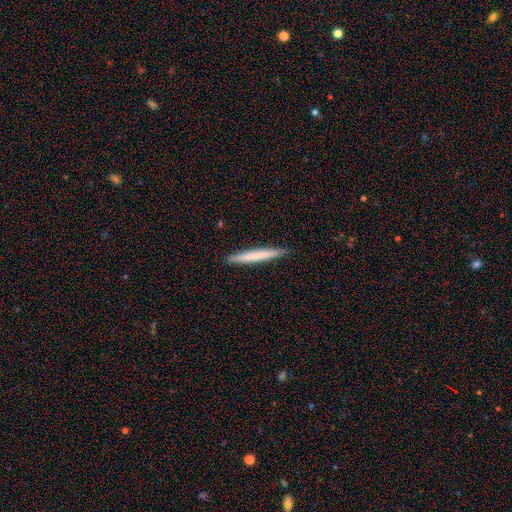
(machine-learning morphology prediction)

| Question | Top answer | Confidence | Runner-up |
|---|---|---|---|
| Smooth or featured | smooth | 69% | featured or disk (26%) |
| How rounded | cigar-shaped | 97% | in between (2%) |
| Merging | none | 92% | minor disturbance (6%) |